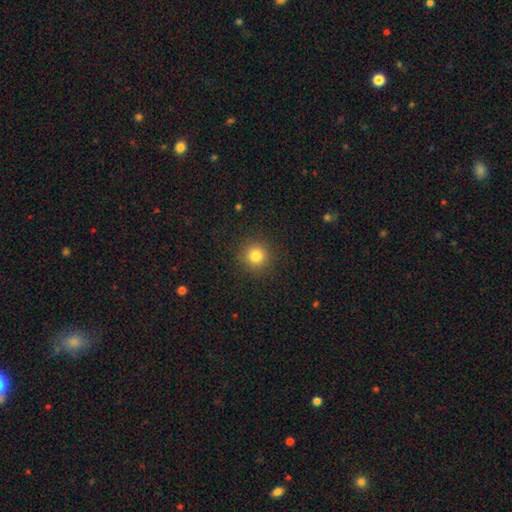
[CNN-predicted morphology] Q: Smooth or featured?
A: smooth (82%); runner-up: star or artifact (13%)
Q: How rounded?
A: round (94%); runner-up: in between (5%)
Q: Merging?
A: none (91%); runner-up: minor disturbance (6%)